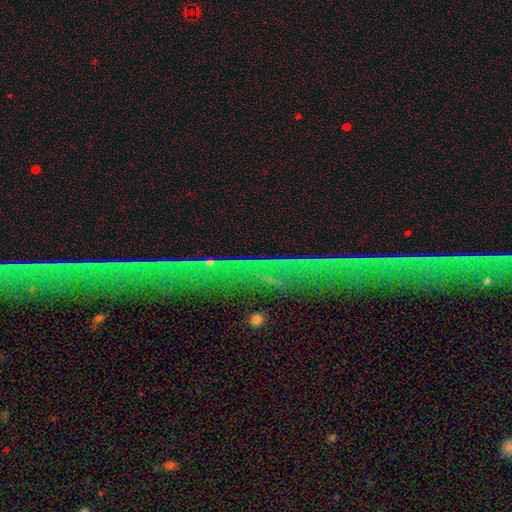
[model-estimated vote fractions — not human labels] A star or artifact, not a galaxy (84%).

Vote fractions:
- Smooth or featured? star or artifact: 84% / featured or disk: 10% / smooth: 6%